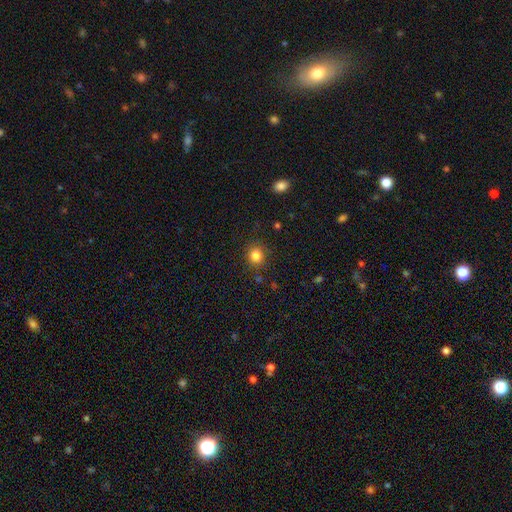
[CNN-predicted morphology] smooth 83%, star or artifact 12%, featured or disk 5%. Down the decision tree: how rounded — round (85%); merging — none (85%).